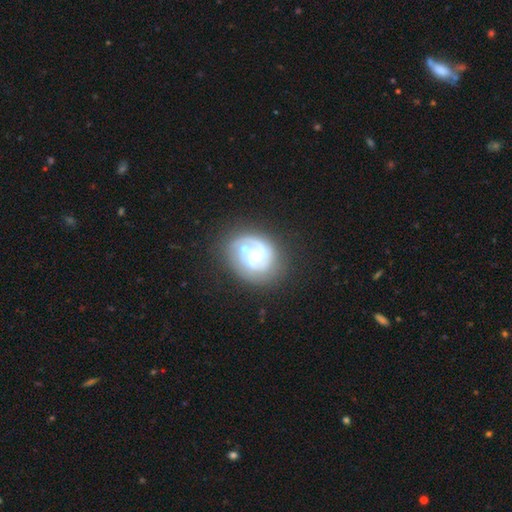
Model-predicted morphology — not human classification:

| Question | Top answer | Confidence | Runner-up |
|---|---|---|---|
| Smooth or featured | featured or disk | 78% | smooth (16%) |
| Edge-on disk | no | 98% | yes (2%) |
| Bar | no | 69% | weak (26%) |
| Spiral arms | yes | 88% | no (12%) |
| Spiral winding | tight | 46% | medium (39%) |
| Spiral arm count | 2 | 48% | 1 (17%) |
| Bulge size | moderate | 49% | small (44%) |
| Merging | none | 59% | minor disturbance (18%) |